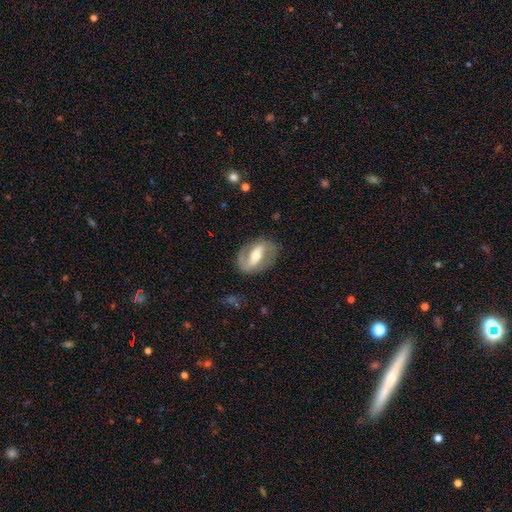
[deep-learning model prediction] Morphology: type=featured or disk (78%); edge-on=no (92%); bar=strong (56%); spiral arms=yes (78%); winding=medium (41%); arm count=2 (83%); bulge=moderate (68%); merging=none (80%).